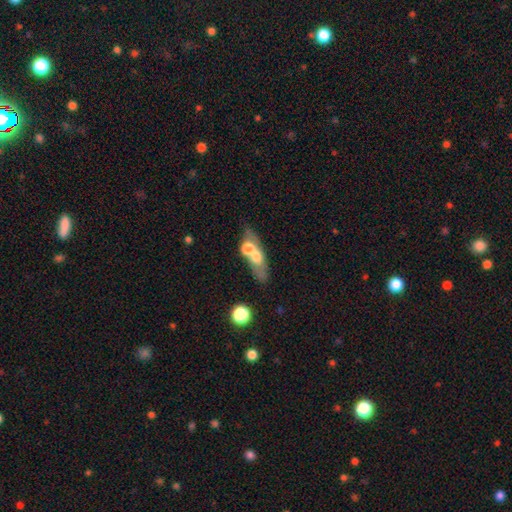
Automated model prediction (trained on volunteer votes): This appears to be a smooth galaxy with no disk features (53%) that is in between round and cigar-shaped (55%). Merging: merger (46%).